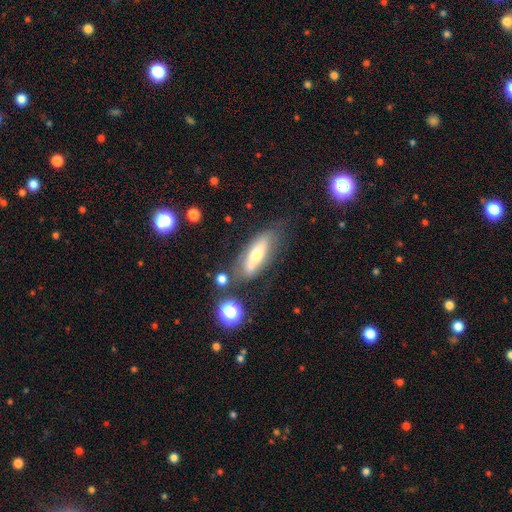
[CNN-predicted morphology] The model was most divided on "smooth or featured": smooth: 48%, featured or disk: 43%, star or artifact: 9%. More confident: merging — none (62%).